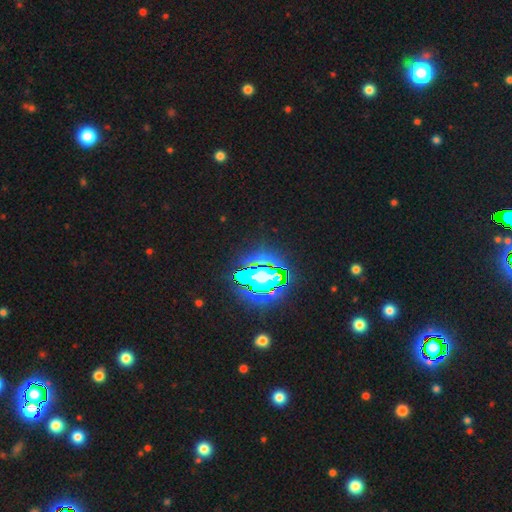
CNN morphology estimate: Smooth or featured? Predicted: star or artifact (p=0.85).